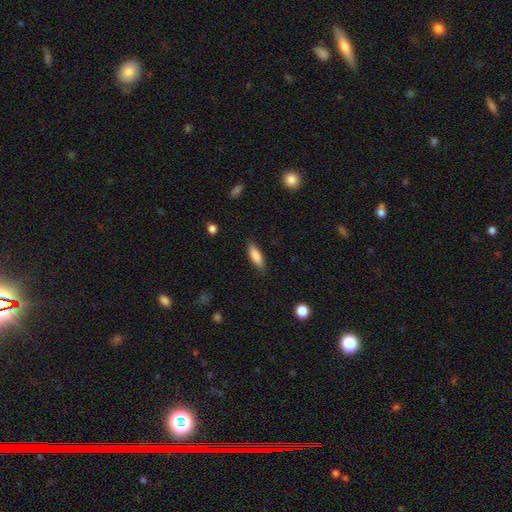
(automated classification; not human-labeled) Smooth or featured?
  - smooth: 84% *
  - featured or disk: 10%
  - star or artifact: 6%
How rounded?
  - in between: 51% *
  - cigar-shaped: 48%
  - round: 2%
Merging?
  - none: 87% *
  - minor disturbance: 10%
  - major disturbance: 2%
  - merger: 1%